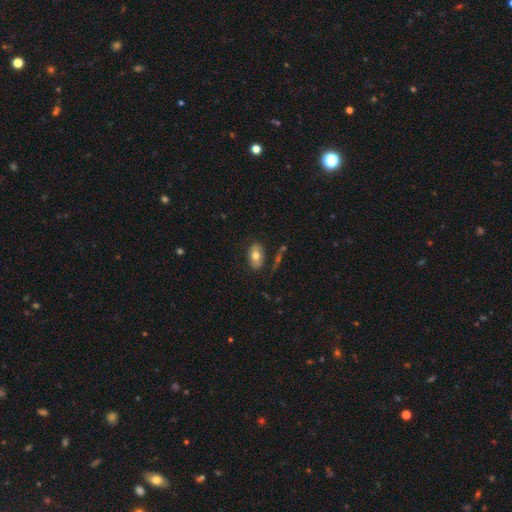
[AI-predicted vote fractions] This is likely a smooth galaxy (68%). How rounded: clearly in between (89%). Merging: likely none (77%).